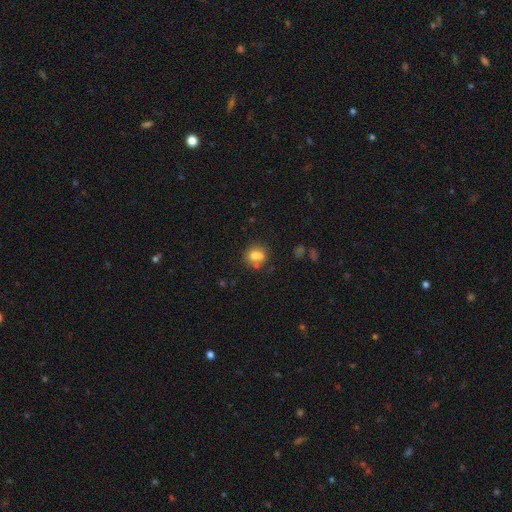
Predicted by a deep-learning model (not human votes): Overall: smooth (71%). How rounded: round (75%). Merging: none (52%; merger 30%).